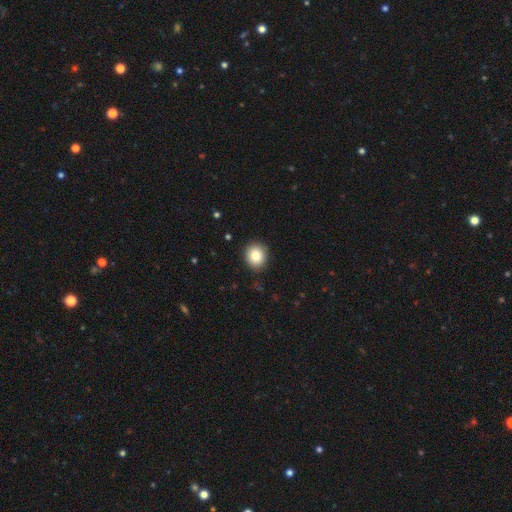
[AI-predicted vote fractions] Overall: smooth (84%). How rounded: round (76%). Merging: none (89%).